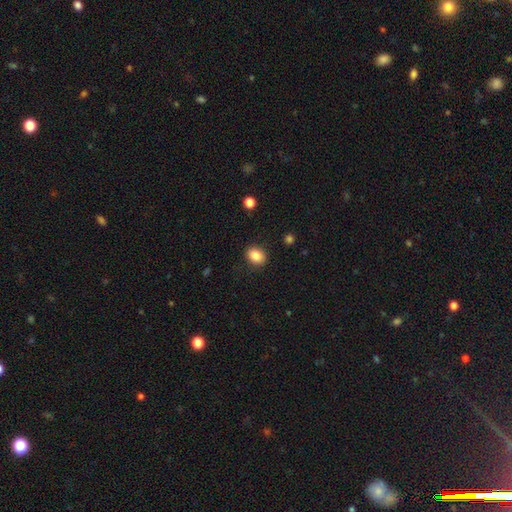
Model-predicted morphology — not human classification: Overall: smooth (85%). How rounded: in between (55%; round 44%). Merging: none (87%).